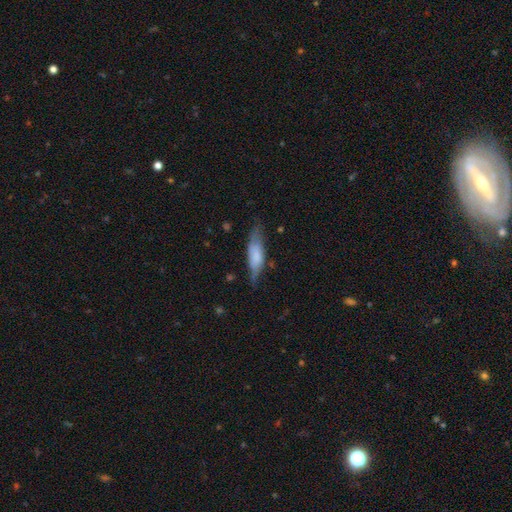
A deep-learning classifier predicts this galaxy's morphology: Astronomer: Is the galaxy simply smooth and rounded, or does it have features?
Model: smooth — 60%.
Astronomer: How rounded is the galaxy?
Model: in between — 51% (runner-up: cigar-shaped, 47%).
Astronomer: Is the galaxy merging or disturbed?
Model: none — 58%.